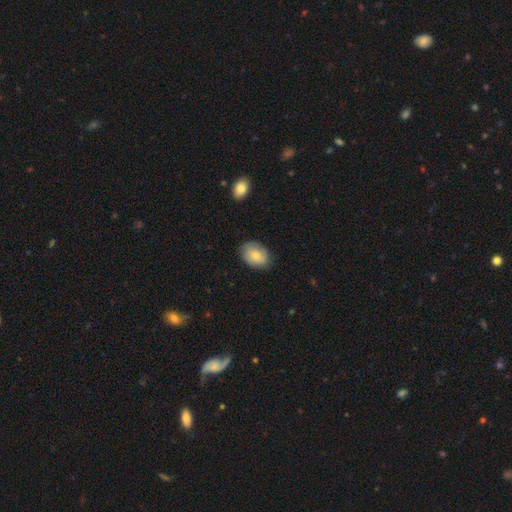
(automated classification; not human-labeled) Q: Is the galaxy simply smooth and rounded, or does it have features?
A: smooth — 76%.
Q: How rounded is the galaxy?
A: in between — 74%.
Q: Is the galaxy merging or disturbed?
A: none — 82%.